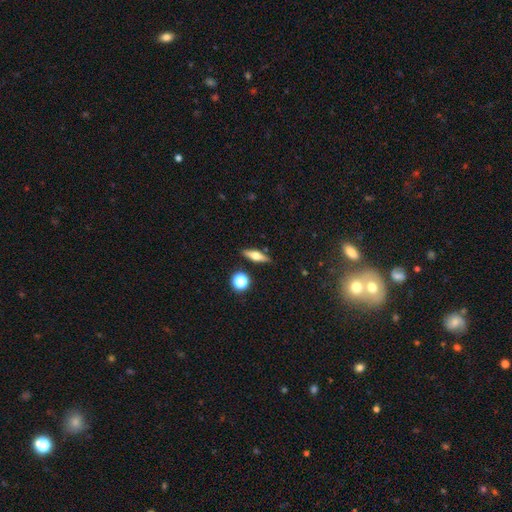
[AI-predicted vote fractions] Overall: featured or disk (47%; smooth 44%). Merging: none (87%).